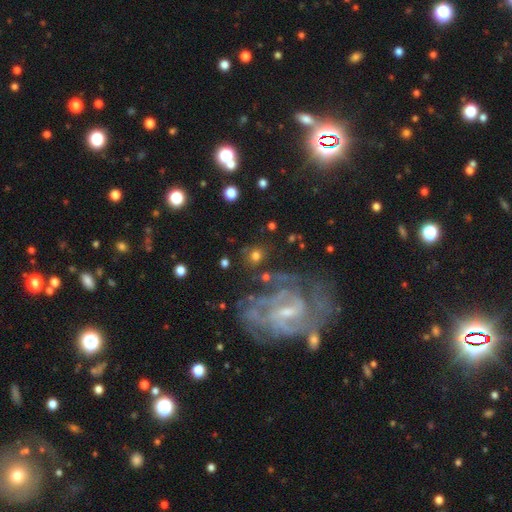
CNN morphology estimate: smooth 62%, featured or disk 25%, star or artifact 14%. Down the decision tree: how rounded — round (82%); merging — none (76%).